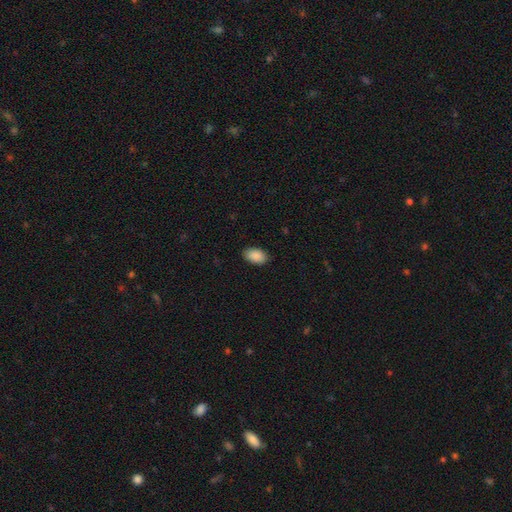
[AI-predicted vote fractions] Smooth or featured?
  - smooth: 91% *
  - star or artifact: 7%
  - featured or disk: 3%
How rounded?
  - in between: 92% *
  - round: 7%
  - cigar-shaped: 1%
Merging?
  - none: 88% *
  - minor disturbance: 9%
  - major disturbance: 2%
  - merger: 1%